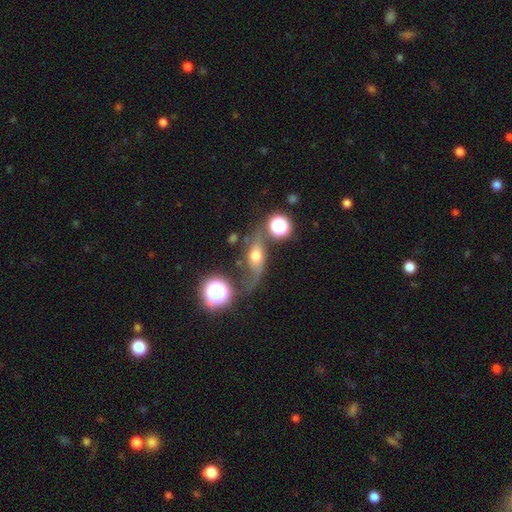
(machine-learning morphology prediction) smooth-or-featured: featured or disk: 44% | smooth: 43% | star or artifact: 14%
  merging: none: 43% | major disturbance: 23% | minor disturbance: 23% | merger: 11%